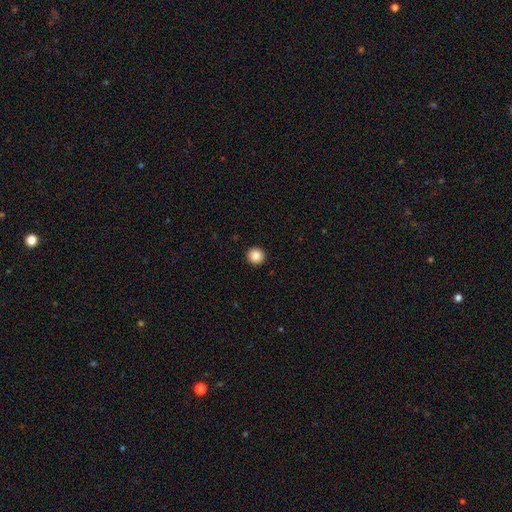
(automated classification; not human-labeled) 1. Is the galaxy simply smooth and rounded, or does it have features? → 86% smooth, 10% star or artifact, 4% featured or disk.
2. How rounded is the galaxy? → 95% round, 4% in between, 1% cigar-shaped.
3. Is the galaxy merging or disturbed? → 94% none, 4% minor disturbance, 1% major disturbance, 1% merger.